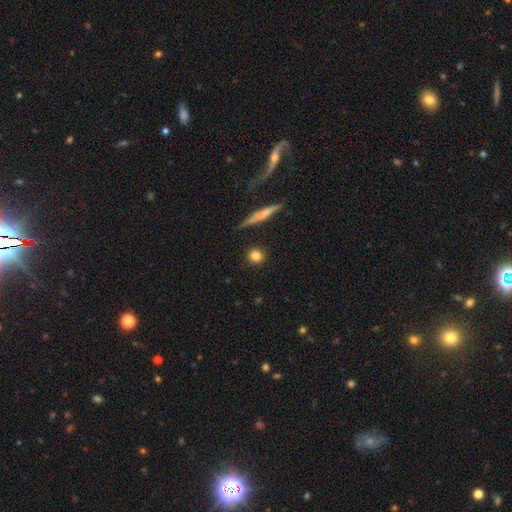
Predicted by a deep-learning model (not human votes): smooth-or-featured: smooth: 81% | star or artifact: 10% | featured or disk: 9%
  how-rounded: round: 86% | in between: 10% | cigar-shaped: 3%
  merging: none: 88% | minor disturbance: 8% | major disturbance: 2% | merger: 2%